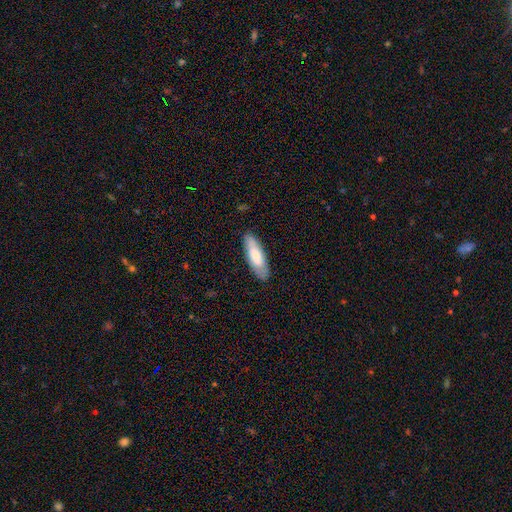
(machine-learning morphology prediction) Smooth or featured?
  - smooth: 71% *
  - featured or disk: 24%
  - star or artifact: 5%
How rounded?
  - in between: 58% *
  - cigar-shaped: 41%
  - round: 2%
Merging?
  - none: 83% *
  - minor disturbance: 13%
  - major disturbance: 3%
  - merger: 1%